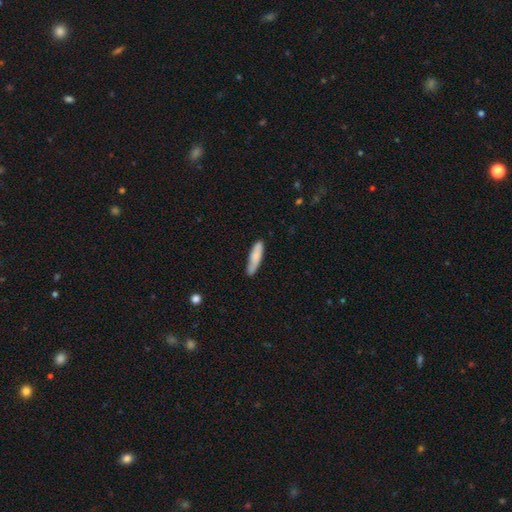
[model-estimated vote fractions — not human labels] smooth_or_featured: smooth (p=0.81) [alt: featured or disk p=0.13]
how_rounded: cigar-shaped (p=0.76) [alt: in between p=0.23]
merging: none (p=0.76) [alt: minor disturbance p=0.19]